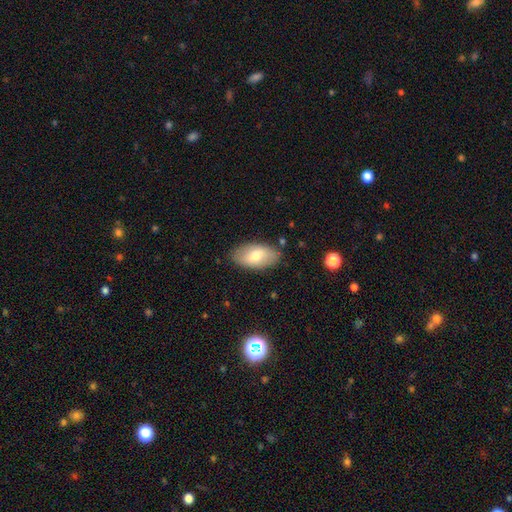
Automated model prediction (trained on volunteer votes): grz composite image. It shows a smooth galaxy with no disk features (71%) that is in between round and cigar-shaped (94%). Merging: none (84%).